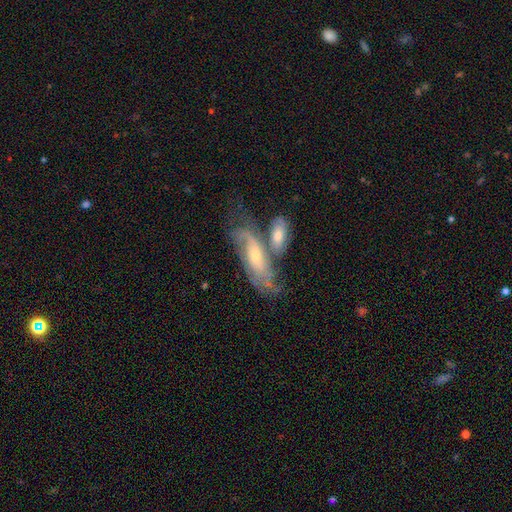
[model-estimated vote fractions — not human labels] Q: Smooth or featured?
A: featured or disk (72%); runner-up: smooth (21%)
Q: Edge-on disk?
A: no (87%); runner-up: yes (13%)
Q: Bar?
A: no (58%); runner-up: weak (33%)
Q: Spiral arms?
A: yes (89%); runner-up: no (11%)
Q: Spiral winding?
A: tight (41%); runner-up: medium (40%)
Q: Spiral arm count?
A: 2 (49%); runner-up: can't tell (35%)
Q: Bulge size?
A: small (56%); runner-up: moderate (37%)
Q: Merging?
A: merger (39%); runner-up: none (35%)